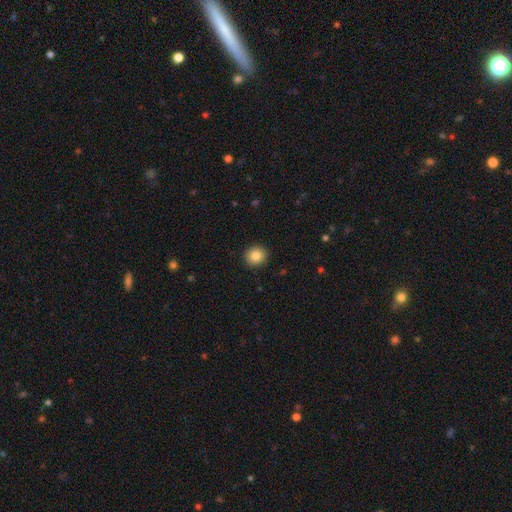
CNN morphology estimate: Smooth or featured?
  - smooth: 85% *
  - star or artifact: 9%
  - featured or disk: 6%
How rounded?
  - round: 90% *
  - in between: 9%
  - cigar-shaped: 1%
Merging?
  - none: 92% *
  - minor disturbance: 5%
  - major disturbance: 2%
  - merger: 1%